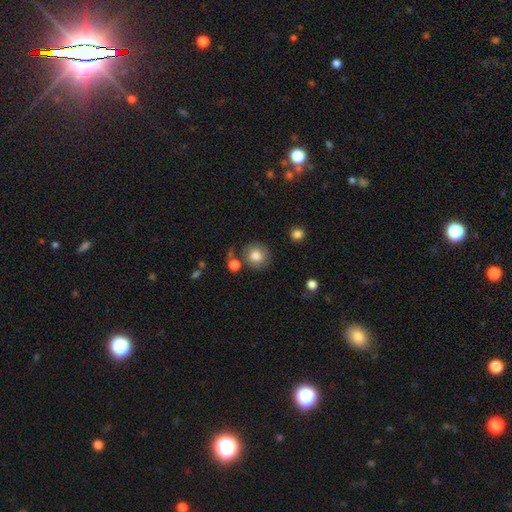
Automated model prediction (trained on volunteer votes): smooth 82%, star or artifact 9%, featured or disk 9%. Down the decision tree: how rounded — round (88%); merging — none (76%).